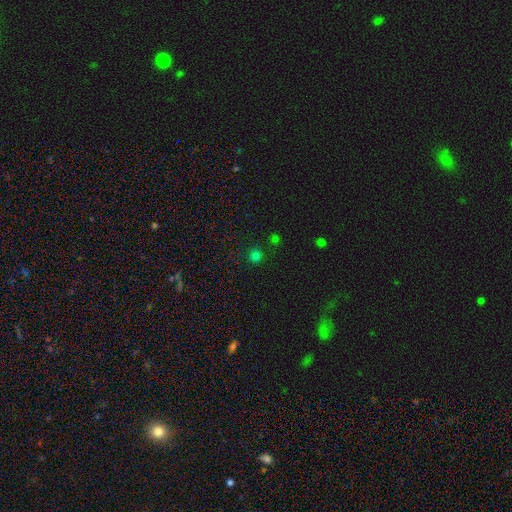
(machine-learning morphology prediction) Smooth or featured: smooth — 72% (star or artifact — 24%)
How rounded: round — 93% (in between — 6%)
Merging: none — 87% (minor disturbance — 7%)